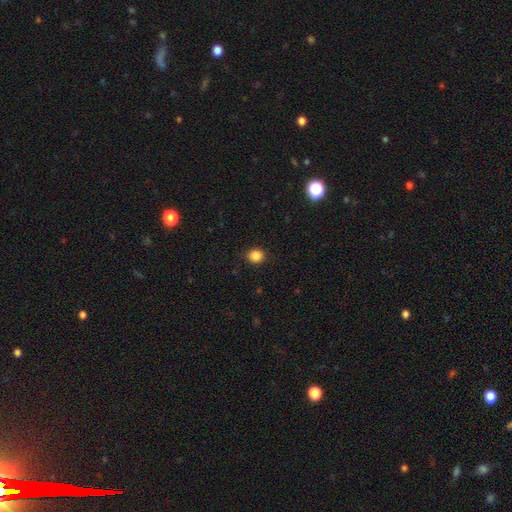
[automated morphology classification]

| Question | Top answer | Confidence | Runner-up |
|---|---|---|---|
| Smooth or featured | smooth | 86% | star or artifact (11%) |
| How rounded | round | 83% | in between (16%) |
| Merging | none | 90% | minor disturbance (7%) |